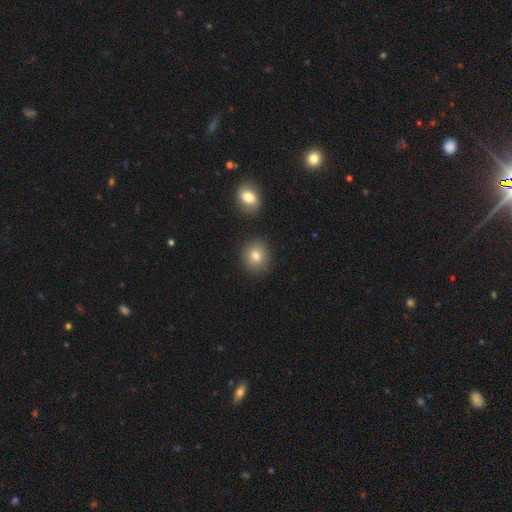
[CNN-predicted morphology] smooth-or-featured: smooth: 81% | star or artifact: 10% | featured or disk: 8%
  how-rounded: round: 80% | in between: 19% | cigar-shaped: 1%
  merging: none: 85% | minor disturbance: 8% | merger: 5% | major disturbance: 2%